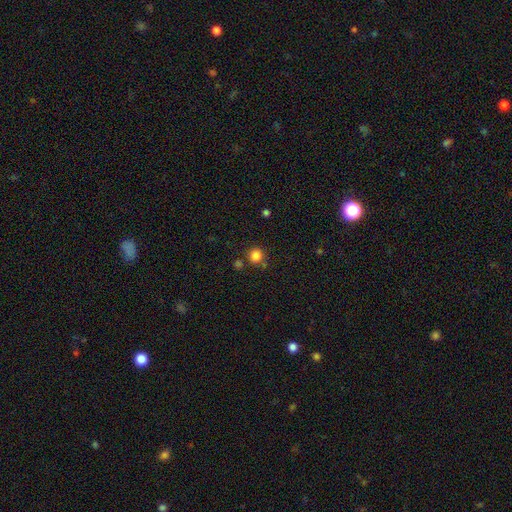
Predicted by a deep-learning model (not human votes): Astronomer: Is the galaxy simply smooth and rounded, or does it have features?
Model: smooth — 82%.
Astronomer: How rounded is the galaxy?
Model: round — 89%.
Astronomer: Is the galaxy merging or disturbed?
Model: none — 77%.